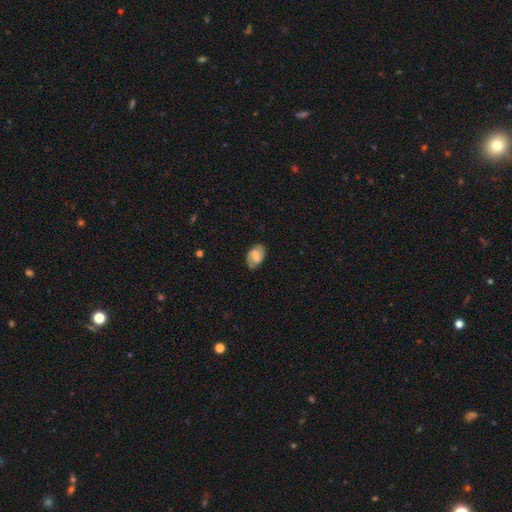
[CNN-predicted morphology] Smooth or featured?
  - smooth: 50% *
  - featured or disk: 43%
  - star or artifact: 8%
Merging?
  - none: 73% *
  - minor disturbance: 20%
  - major disturbance: 5%
  - merger: 1%